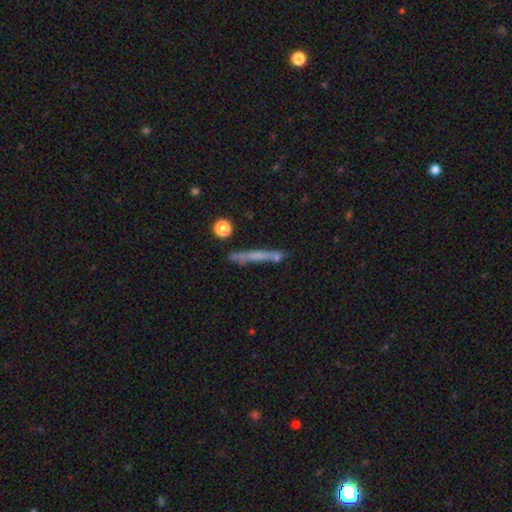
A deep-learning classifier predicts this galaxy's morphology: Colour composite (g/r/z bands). It shows a smooth galaxy with no disk features (54%) that is cigar-shaped (94%). Merging: none (75%).